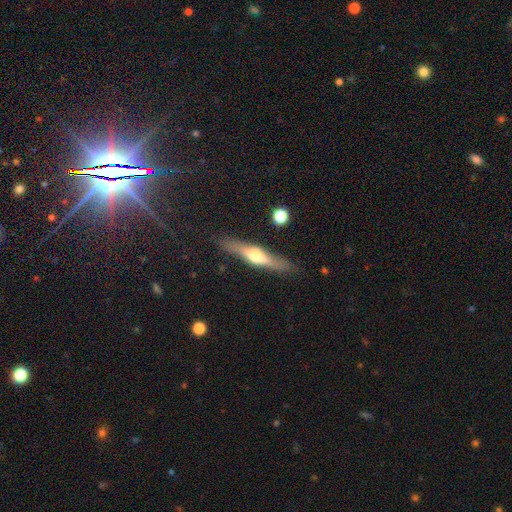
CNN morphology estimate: type=featured or disk (62%); edge-on=yes (93%); edge-on bulge=rounded (87%); merging=none (84%).